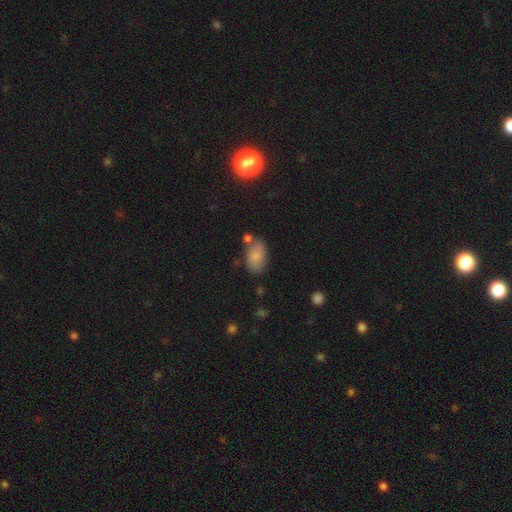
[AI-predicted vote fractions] The model was most divided on "merging": none: 64%, minor disturbance: 19%, merger: 12%, major disturbance: 5%. More confident: how rounded — in between (90%); smooth or featured — smooth (81%).